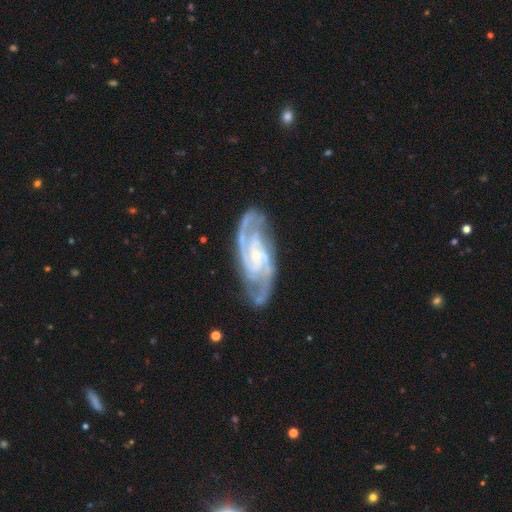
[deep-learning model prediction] Smooth or featured?
  - featured or disk: 93% *
  - star or artifact: 4%
  - smooth: 3%
Edge-on disk?
  - no: 96% *
  - yes: 4%
Bar?
  - no: 44% *
  - weak: 40%
  - strong: 16%
Spiral arms?
  - yes: 99% *
  - no: 1%
Spiral winding?
  - medium: 51% *
  - tight: 42%
  - loose: 7%
Spiral arm count?
  - 2: 71% *
  - 3: 15%
  - can't tell: 5%
  - 4: 4%
  - more than 4: 3%
  - 1: 3%
Bulge size?
  - small: 77% *
  - moderate: 14%
  - none: 7%
  - large: 1%
  - dominant: 1%
Merging?
  - none: 77% *
  - minor disturbance: 16%
  - major disturbance: 5%
  - merger: 2%